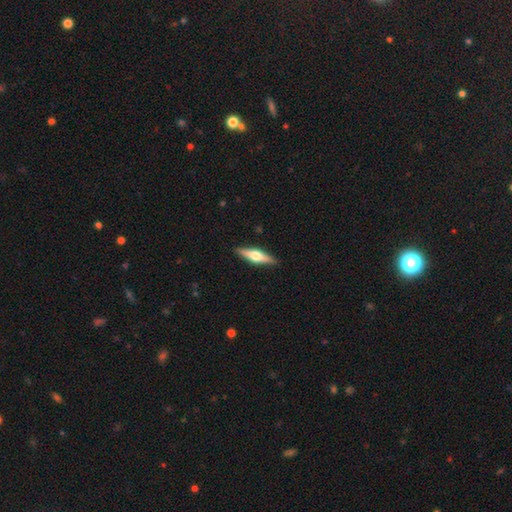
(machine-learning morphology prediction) smooth-or-featured: featured or disk: 66% | smooth: 29% | star or artifact: 6%
  disk-edge-on: yes: 97% | no: 3%
    edge-on-bulge: rounded: 93% | boxy: 5% | none: 2%
  merging: none: 90% | minor disturbance: 7% | major disturbance: 2% | merger: 1%